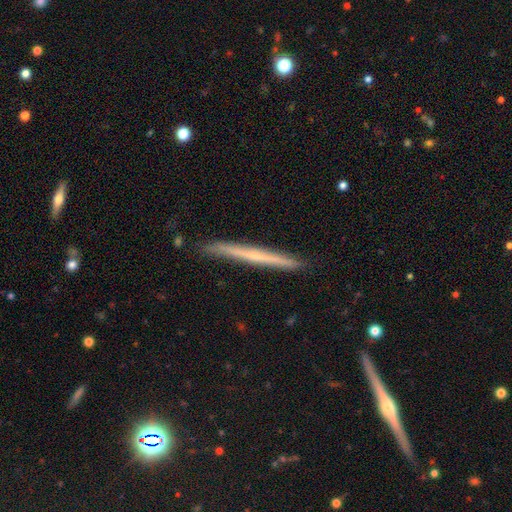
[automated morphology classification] featured or disk 53%, smooth 41%, star or artifact 6%. Down the decision tree: edge-on disk — yes (97%); edge-on bulge — none (80%); merging — none (89%).